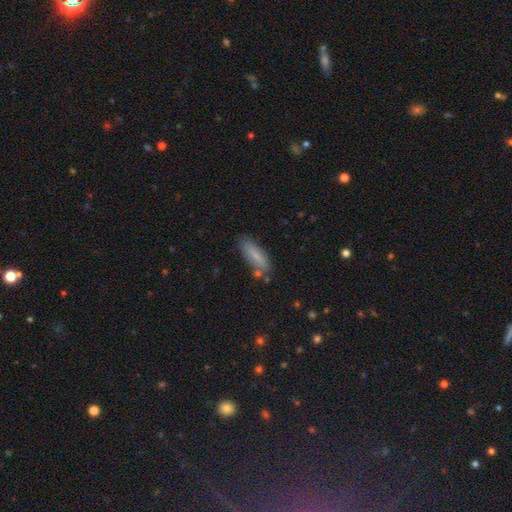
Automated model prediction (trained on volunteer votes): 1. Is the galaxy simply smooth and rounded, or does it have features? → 76% smooth, 16% featured or disk, 7% star or artifact.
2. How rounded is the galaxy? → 52% in between, 46% cigar-shaped, 2% round.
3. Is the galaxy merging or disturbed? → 77% none, 15% minor disturbance, 5% merger, 3% major disturbance.